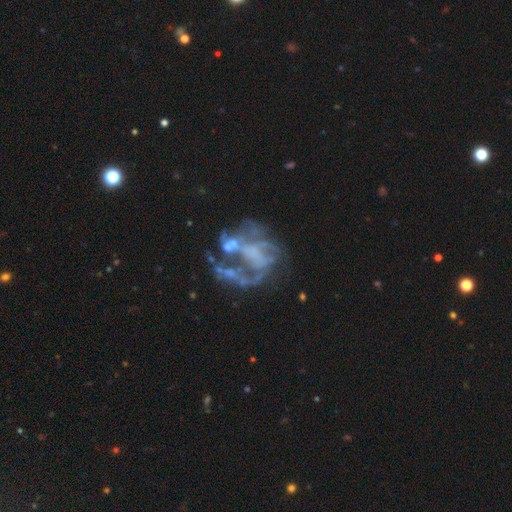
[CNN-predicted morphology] This appears to be a featured or disk galaxy (75%) with no bar (75%), no spiral arms (60%) and no central bulge (70%). Merging: major disturbance (40%).